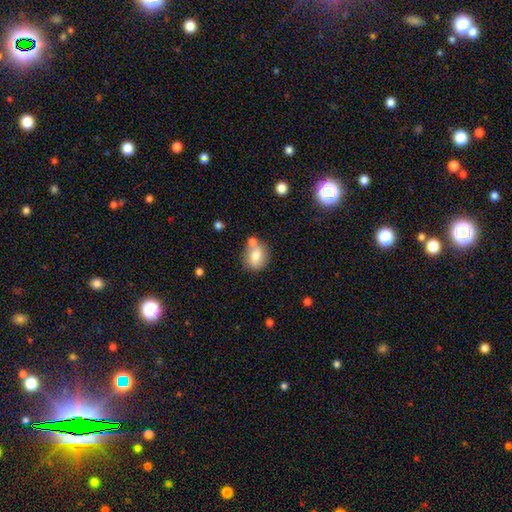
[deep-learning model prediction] smooth-or-featured: smooth: 75% | featured or disk: 16% | star or artifact: 9%
  how-rounded: round: 59% | in between: 39% | cigar-shaped: 1%
  merging: none: 66% | merger: 17% | minor disturbance: 14% | major disturbance: 4%